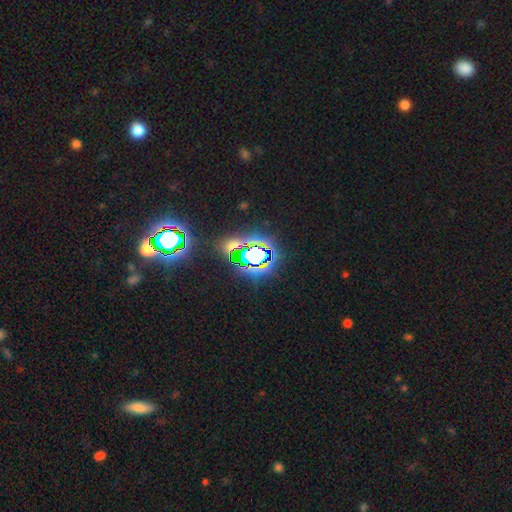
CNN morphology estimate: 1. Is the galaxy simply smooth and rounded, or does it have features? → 68% star or artifact, 20% smooth, 13% featured or disk.